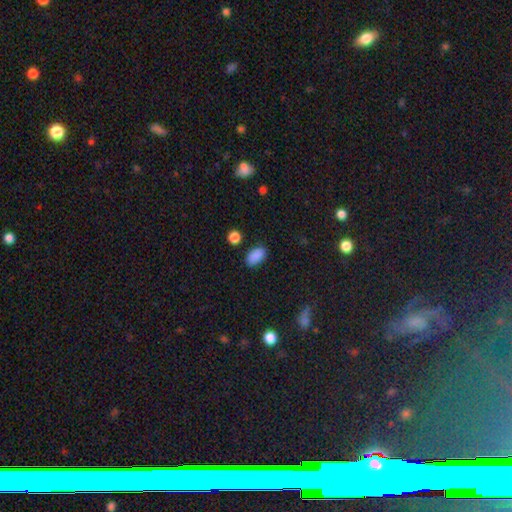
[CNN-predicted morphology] Smooth or featured?
  - smooth: 88% *
  - star or artifact: 9%
  - featured or disk: 3%
How rounded?
  - in between: 92% *
  - round: 6%
  - cigar-shaped: 2%
Merging?
  - none: 85% *
  - minor disturbance: 11%
  - major disturbance: 3%
  - merger: 2%